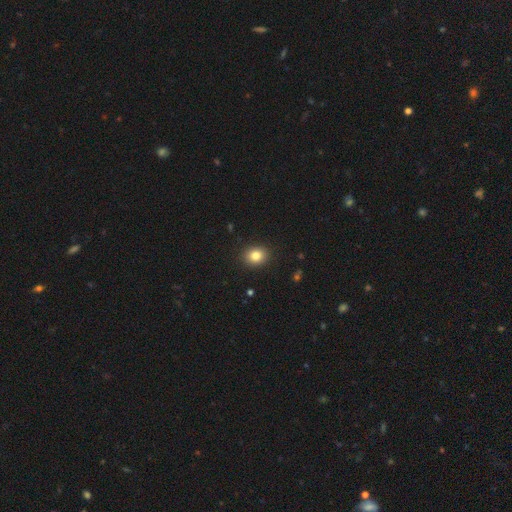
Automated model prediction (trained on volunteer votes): Overall: smooth (83%). How rounded: round (63%; in between 36%). Merging: none (91%).